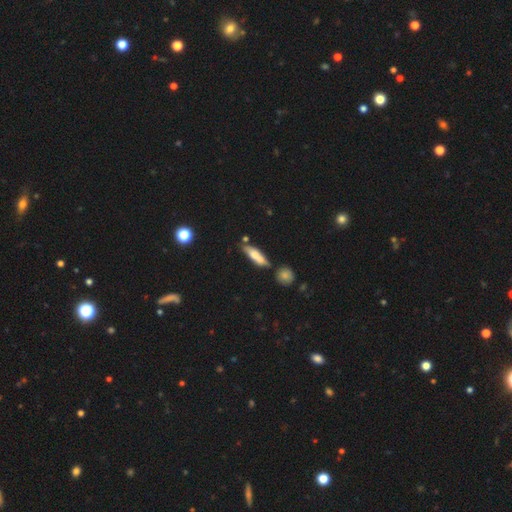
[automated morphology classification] Overall: smooth (67%). How rounded: cigar-shaped (62%; in between 35%). Merging: none (62%).